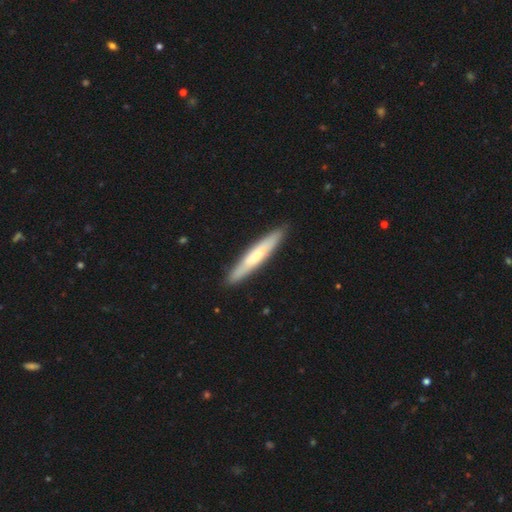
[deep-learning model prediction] Smooth or featured: smooth — 56% (featured or disk — 39%)
How rounded: cigar-shaped — 93% (in between — 5%)
Merging: none — 90% (minor disturbance — 8%)